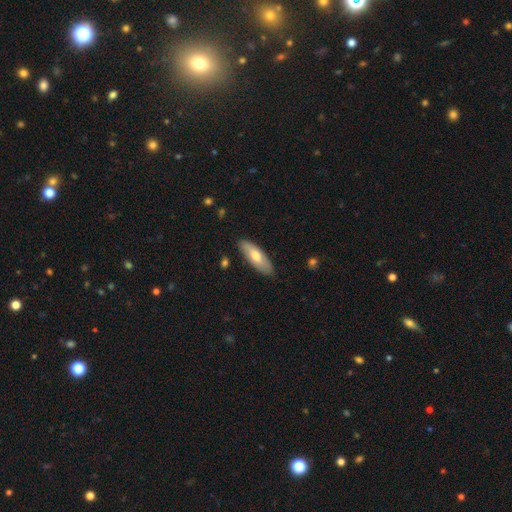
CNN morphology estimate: Smooth or featured? smooth (65%)
How rounded? in between (67%)
Merging? none (85%)